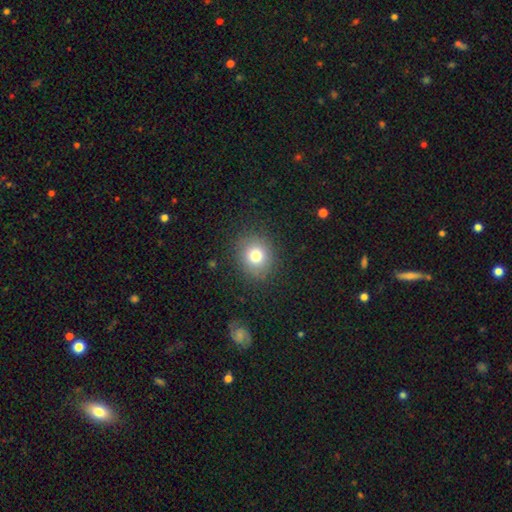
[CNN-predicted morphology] Overall: smooth (77%). How rounded: round (78%). Merging: none (86%).